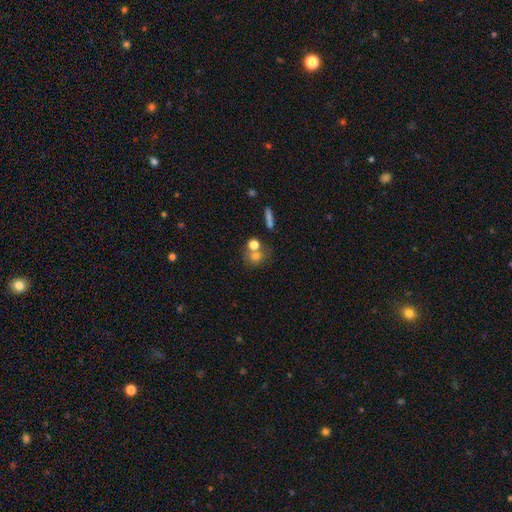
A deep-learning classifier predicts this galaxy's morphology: Overall: smooth (70%). How rounded: round (75%). Merging: none (45%; merger 40%).